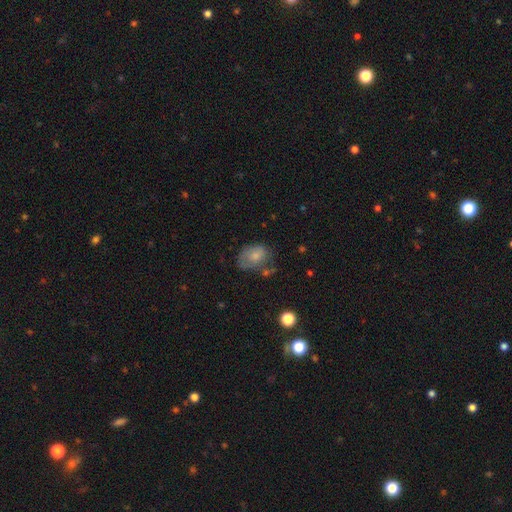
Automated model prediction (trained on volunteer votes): Smooth or featured? Predicted: smooth (p=0.68). How rounded? Predicted: in between (p=0.78). Merging? Predicted: none (p=0.45).